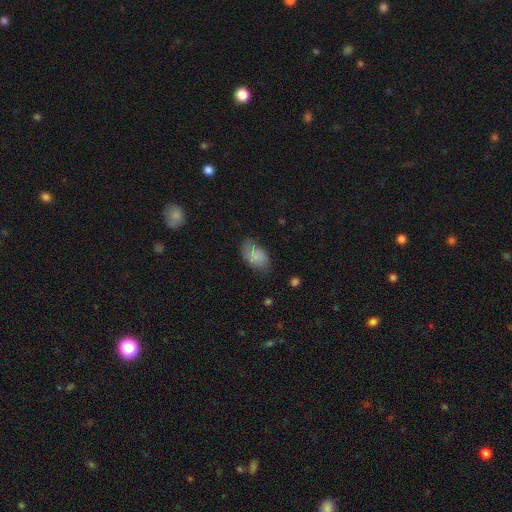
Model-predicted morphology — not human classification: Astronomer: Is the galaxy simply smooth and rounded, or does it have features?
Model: smooth — 78%.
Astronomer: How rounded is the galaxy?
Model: in between — 92%.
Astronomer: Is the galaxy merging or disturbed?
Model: none — 65%.